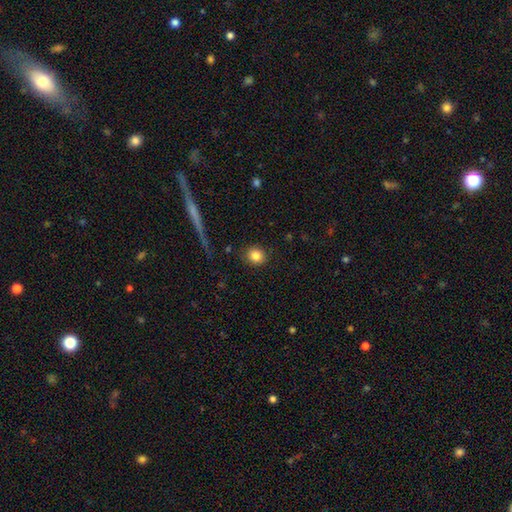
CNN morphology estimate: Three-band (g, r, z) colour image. It shows a smooth galaxy with no disk features (84%) that is round (87%). Merging: none (88%).